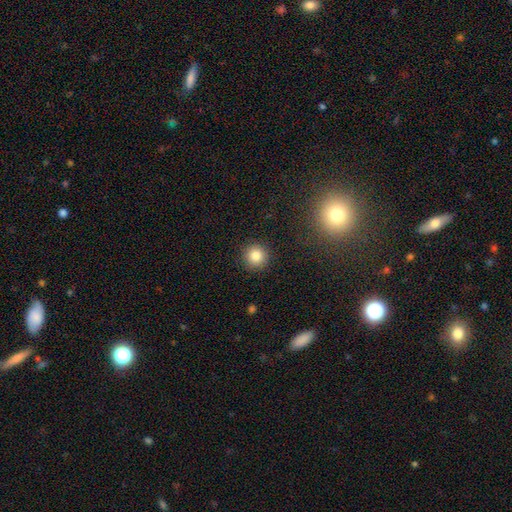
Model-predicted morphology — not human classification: smooth-or-featured: smooth: 84% | star or artifact: 11% | featured or disk: 6%
  how-rounded: round: 95% | in between: 4% | cigar-shaped: 1%
  merging: none: 92% | minor disturbance: 5% | major disturbance: 2% | merger: 1%